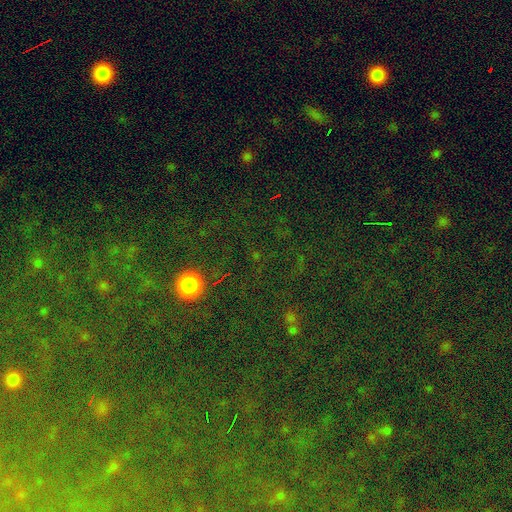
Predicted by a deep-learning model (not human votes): The model was most divided on "smooth or featured": star or artifact: 69%, smooth: 16%, featured or disk: 15%.